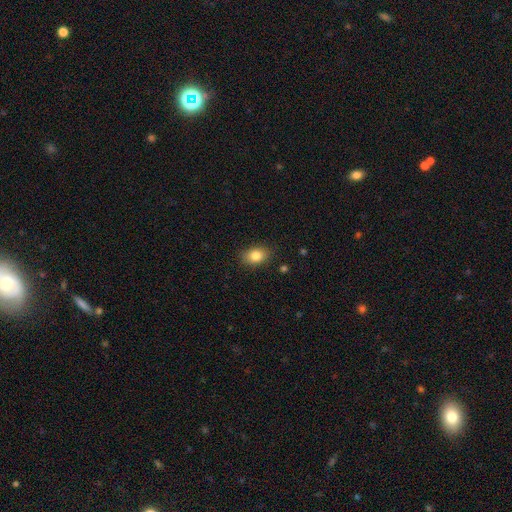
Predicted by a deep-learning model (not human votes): Smooth or featured: smooth — 83% (star or artifact — 9%)
How rounded: in between — 76% (round — 23%)
Merging: none — 86% (minor disturbance — 10%)